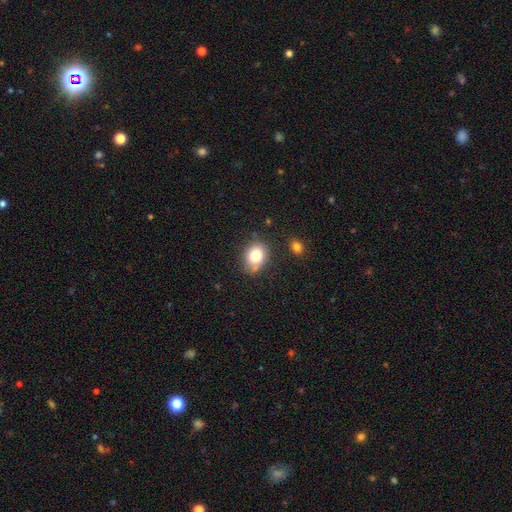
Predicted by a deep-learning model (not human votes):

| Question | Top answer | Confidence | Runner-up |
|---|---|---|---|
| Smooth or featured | smooth | 79% | featured or disk (11%) |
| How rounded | in between | 53% | round (46%) |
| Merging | none | 73% | minor disturbance (18%) |